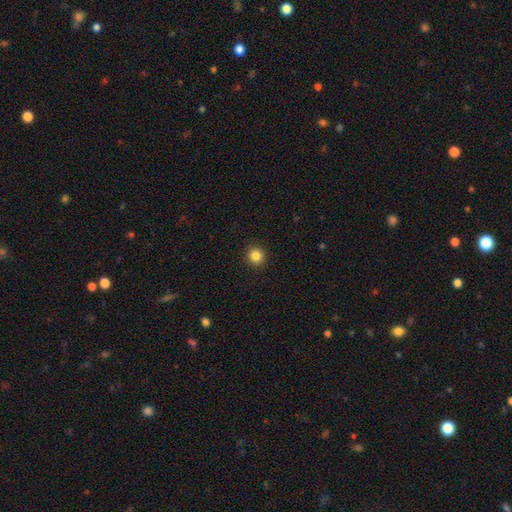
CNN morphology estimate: Smooth or featured? smooth (84%)
How rounded? round (93%)
Merging? none (93%)